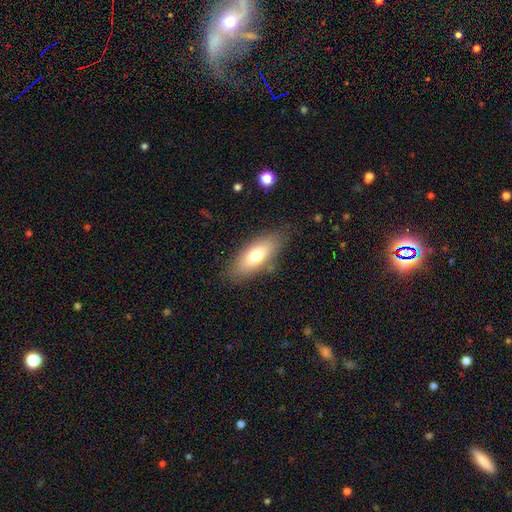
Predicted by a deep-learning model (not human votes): A smooth galaxy with no disk features (72%) that is in between round and cigar-shaped (77%).

Vote fractions:
- Smooth or featured? smooth: 72% / featured or disk: 20% / star or artifact: 7%
- How rounded? in between: 77% / cigar-shaped: 20% / round: 3%
- Merging? none: 81% / minor disturbance: 14% / major disturbance: 4% / merger: 2%